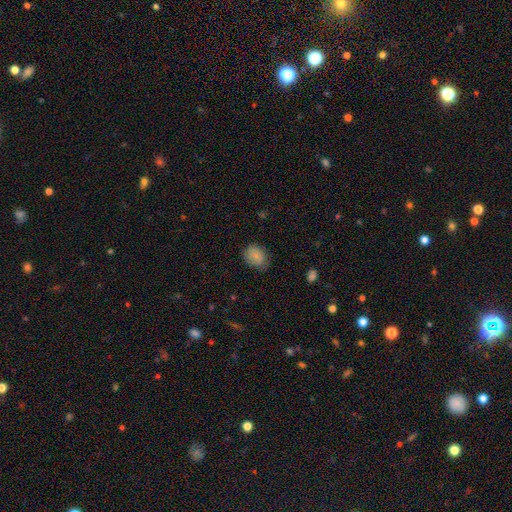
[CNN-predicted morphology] Q: Smooth or featured?
A: smooth (82%); runner-up: featured or disk (10%)
Q: How rounded?
A: in between (53%); runner-up: round (46%)
Q: Merging?
A: none (69%); runner-up: minor disturbance (24%)